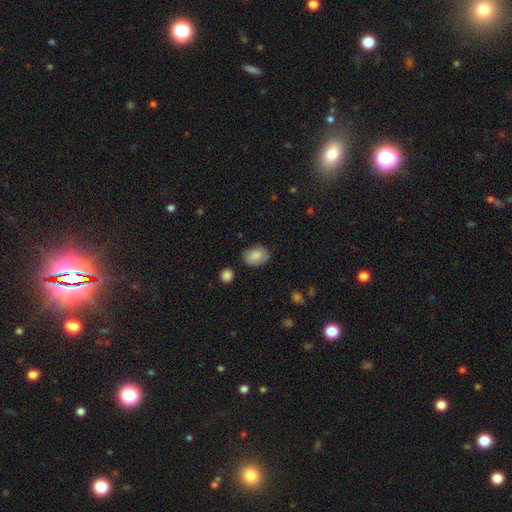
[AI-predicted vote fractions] smooth 86%, featured or disk 7%, star or artifact 7%. Down the decision tree: how rounded — in between (74%); merging — none (78%).